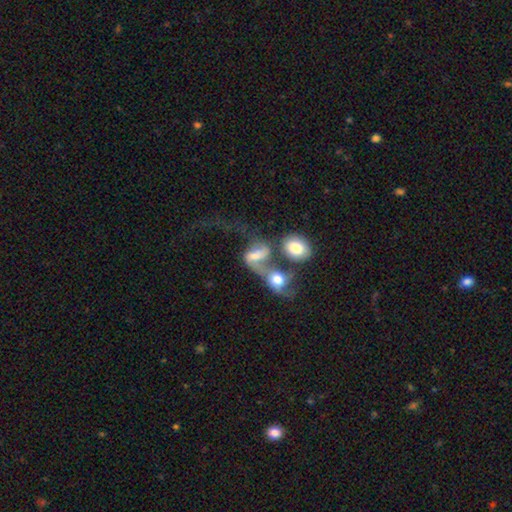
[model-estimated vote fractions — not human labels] featured or disk 45%, smooth 43%, star or artifact 11%. Down the decision tree: merging — merger (64%).